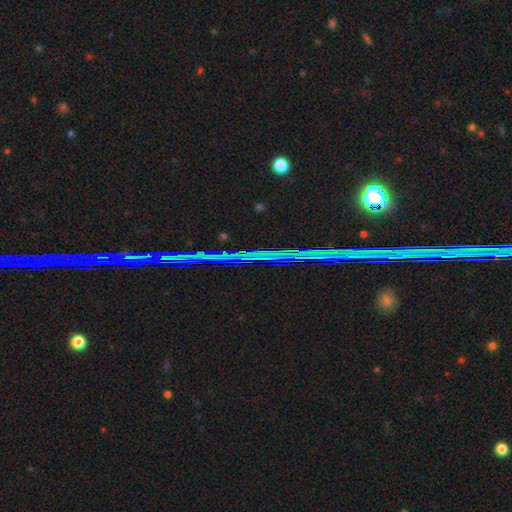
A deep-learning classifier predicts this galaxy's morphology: Smooth or featured? Predicted: star or artifact (p=0.87).